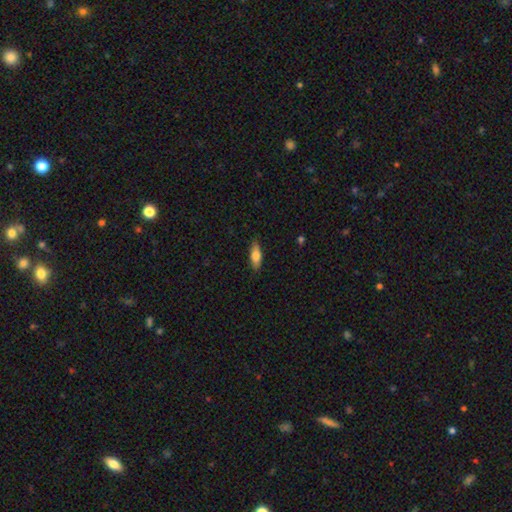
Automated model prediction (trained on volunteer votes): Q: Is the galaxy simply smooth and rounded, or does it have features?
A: smooth — 77%.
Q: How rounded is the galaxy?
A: in between — 68%.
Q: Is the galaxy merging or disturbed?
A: none — 86%.